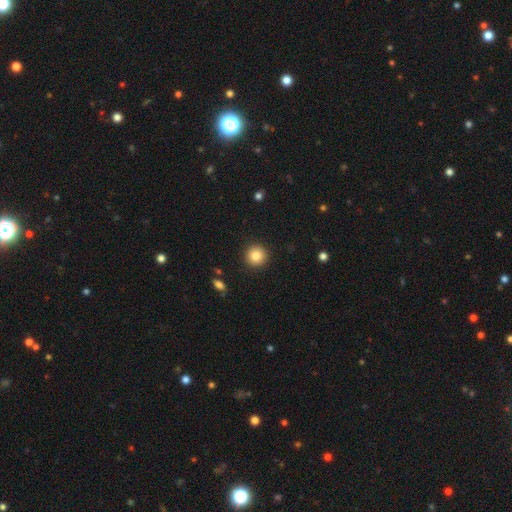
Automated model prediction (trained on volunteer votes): smooth-or-featured: smooth: 85% | star or artifact: 10% | featured or disk: 5%
  how-rounded: round: 95% | in between: 4% | cigar-shaped: 1%
  merging: none: 92% | minor disturbance: 5% | major disturbance: 2% | merger: 1%